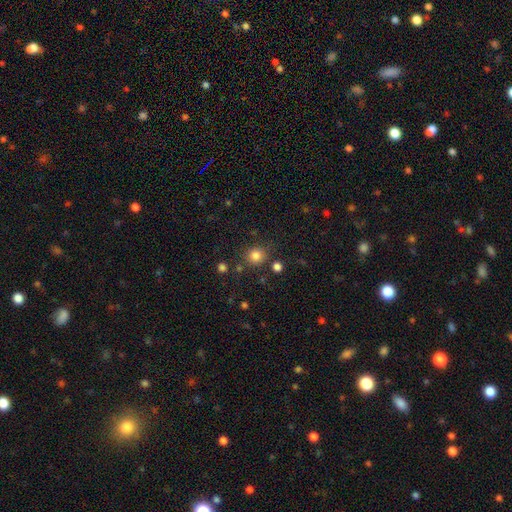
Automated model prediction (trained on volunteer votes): This appears to be a smooth galaxy with no disk features (82%) that is round (89%). Merging: none (81%).